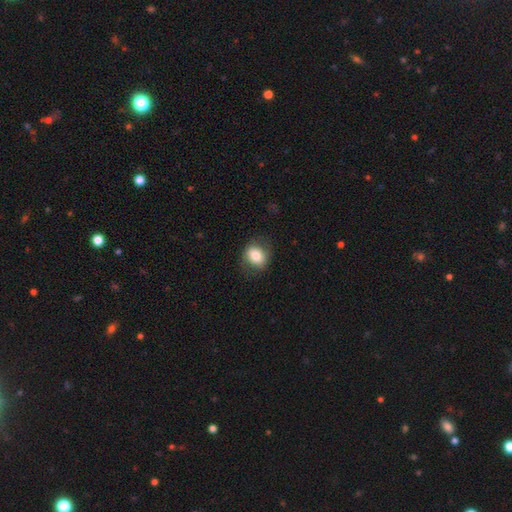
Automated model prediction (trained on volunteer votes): A smooth galaxy with no disk features (76%) that is round (52%). Merging: none (78%).